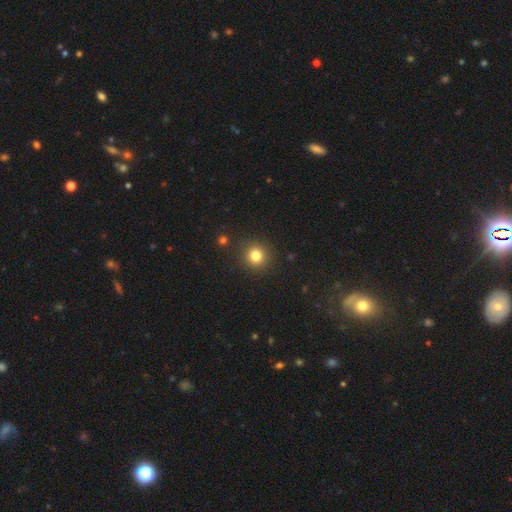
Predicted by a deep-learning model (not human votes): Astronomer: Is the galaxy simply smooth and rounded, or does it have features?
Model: smooth — 81%.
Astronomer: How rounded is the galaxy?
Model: round — 93%.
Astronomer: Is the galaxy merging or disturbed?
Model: none — 90%.